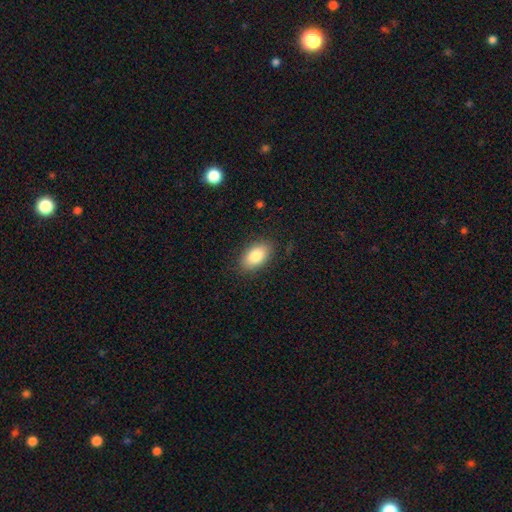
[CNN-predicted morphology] This appears to be a smooth galaxy with no disk features (83%) that is in between round and cigar-shaped (92%). Merging: none (86%).